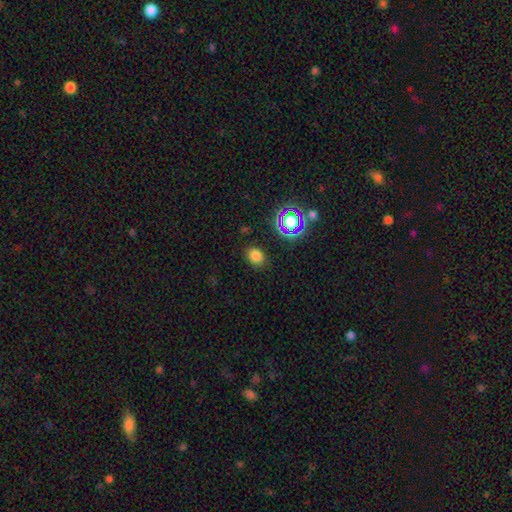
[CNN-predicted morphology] smooth 76%, star or artifact 18%, featured or disk 6%. Down the decision tree: how rounded — in between (52%); merging — none (86%).